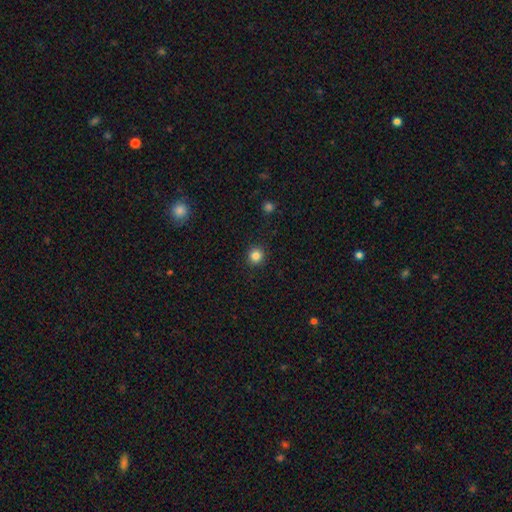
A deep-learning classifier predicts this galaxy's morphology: The model was most divided on "smooth or featured": smooth: 84%, star or artifact: 12%, featured or disk: 4%. More confident: how rounded — round (93%); merging — none (92%).